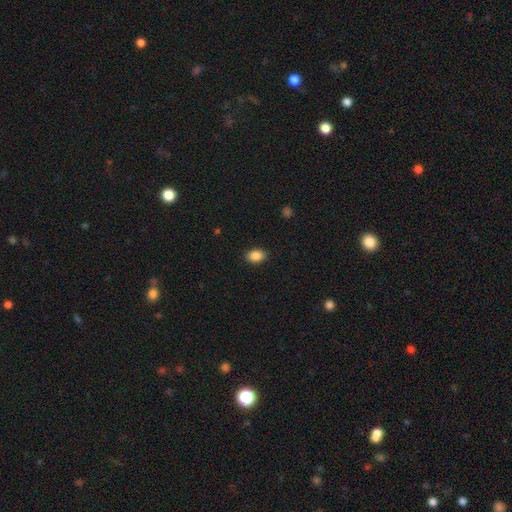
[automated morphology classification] Smooth or featured?
  - smooth: 88% *
  - star or artifact: 9%
  - featured or disk: 3%
How rounded?
  - in between: 77% *
  - round: 22%
  - cigar-shaped: 1%
Merging?
  - none: 88% *
  - minor disturbance: 9%
  - major disturbance: 2%
  - merger: 1%